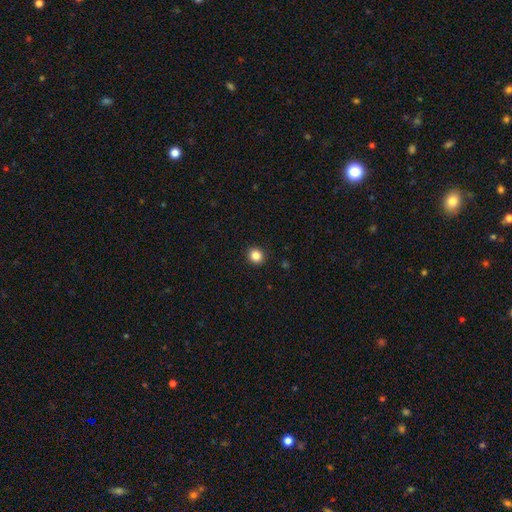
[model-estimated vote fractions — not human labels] Smooth or featured? Predicted: smooth (p=0.85). How rounded? Predicted: round (p=0.86). Merging? Predicted: none (p=0.93).